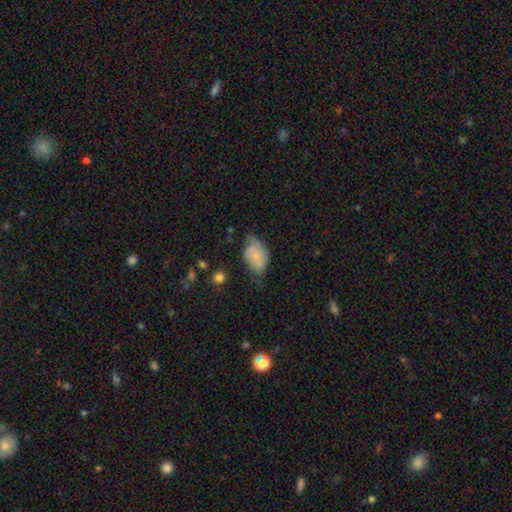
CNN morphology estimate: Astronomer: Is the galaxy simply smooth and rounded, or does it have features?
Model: smooth — 61%.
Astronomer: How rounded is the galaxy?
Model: in between — 88%.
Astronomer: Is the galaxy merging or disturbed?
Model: none — 43% (runner-up: minor disturbance, 40%).